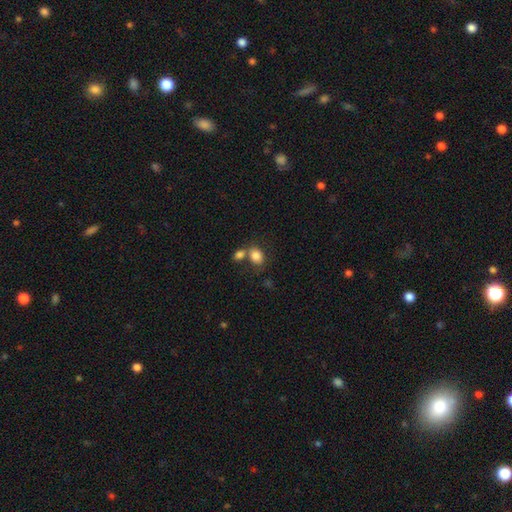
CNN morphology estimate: Smooth or featured? Predicted: smooth (p=0.83). How rounded? Predicted: in between (p=0.61). Merging? Predicted: none (p=0.45).